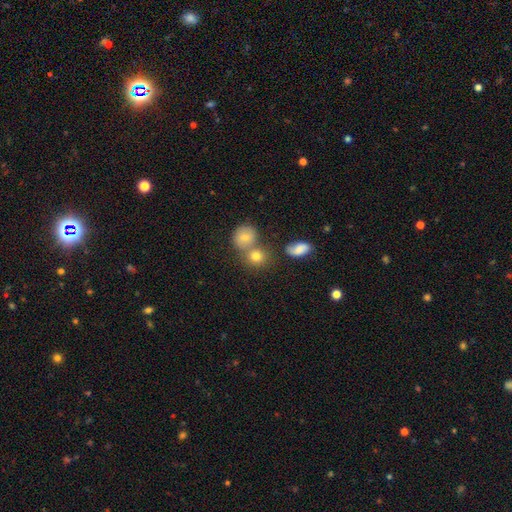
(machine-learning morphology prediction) type=smooth (72%); roundness=round (77%); merging=none (49%).